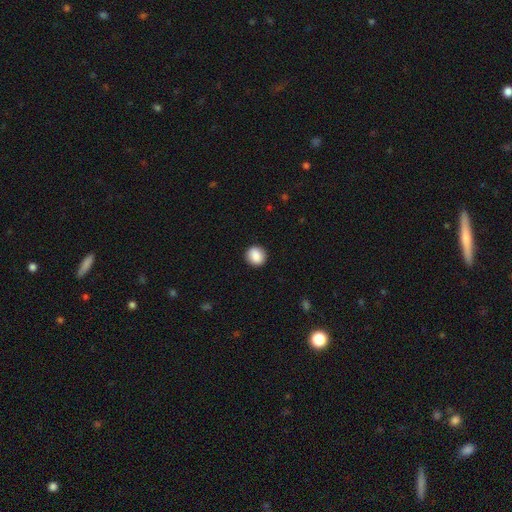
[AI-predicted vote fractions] Morphology: type=smooth (88%); roundness=round (87%); merging=none (91%).